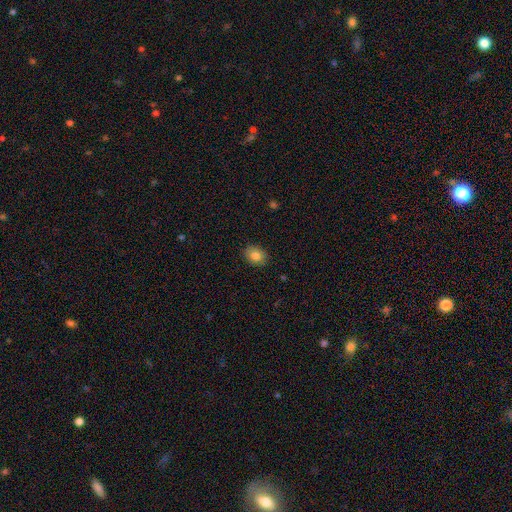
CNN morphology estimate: A smooth galaxy with no disk features (82%) that is in between round and cigar-shaped (63%). Merging: none (89%).